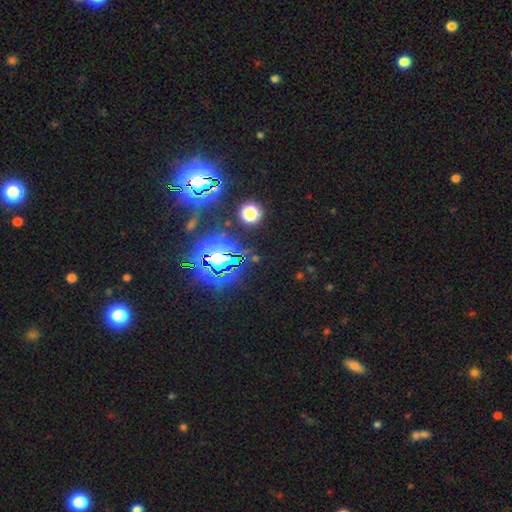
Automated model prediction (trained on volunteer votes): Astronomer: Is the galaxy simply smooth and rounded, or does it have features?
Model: star or artifact — 83%.